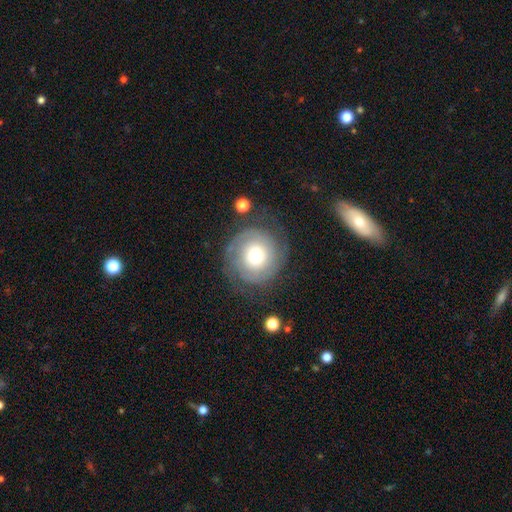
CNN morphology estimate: A featured or disk galaxy (62%) with no bar (79%), spiral arms (81%) and a moderate central bulge (60%). Merging: none (71%).